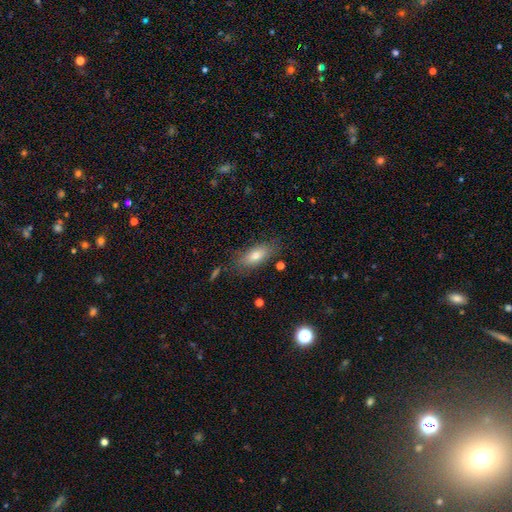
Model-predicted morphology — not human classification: Q: Smooth or featured?
A: smooth (72%); runner-up: featured or disk (19%)
Q: How rounded?
A: in between (77%); runner-up: cigar-shaped (20%)
Q: Merging?
A: none (79%); runner-up: minor disturbance (14%)